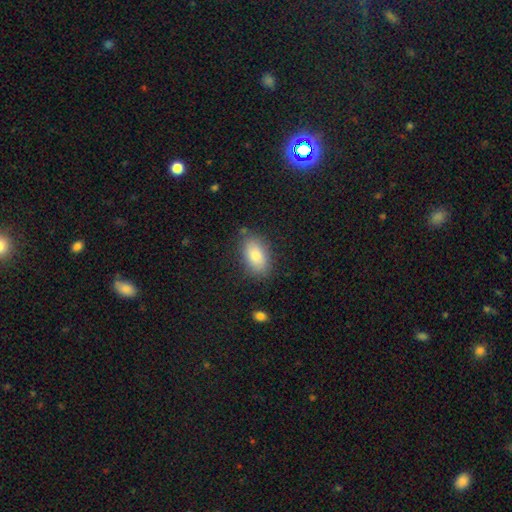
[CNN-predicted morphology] Overall: smooth (85%). How rounded: in between (92%). Merging: none (80%).